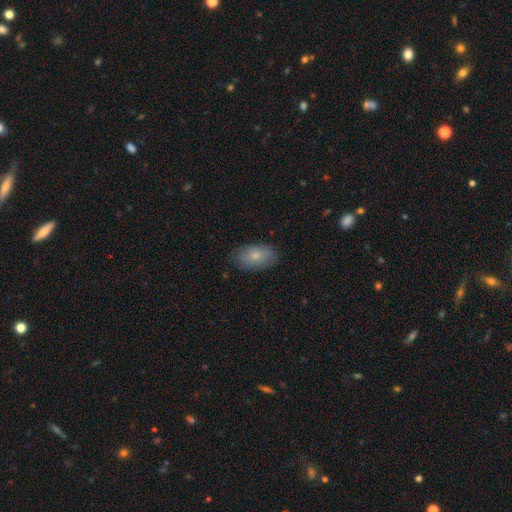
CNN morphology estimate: Smooth or featured?
  - smooth: 79% *
  - featured or disk: 14%
  - star or artifact: 7%
How rounded?
  - in between: 92% *
  - round: 6%
  - cigar-shaped: 2%
Merging?
  - none: 83% *
  - minor disturbance: 14%
  - major disturbance: 3%
  - merger: 1%